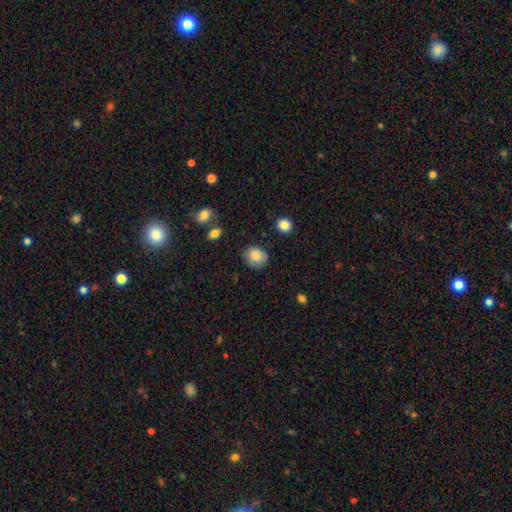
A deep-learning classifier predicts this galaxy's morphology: Overall: smooth (83%). How rounded: round (72%). Merging: none (80%).